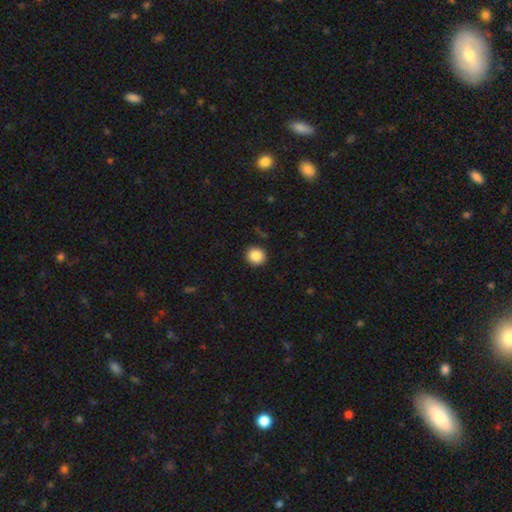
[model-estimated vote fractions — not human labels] smooth 87%, star or artifact 9%, featured or disk 4%. Down the decision tree: how rounded — round (91%); merging — none (90%).